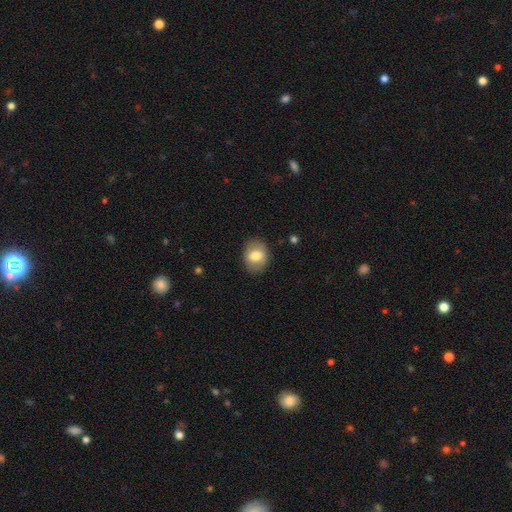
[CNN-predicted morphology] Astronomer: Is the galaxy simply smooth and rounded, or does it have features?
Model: smooth — 71%.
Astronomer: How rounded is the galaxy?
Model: in between — 56% (runner-up: round, 43%).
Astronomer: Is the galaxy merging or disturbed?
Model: none — 84%.